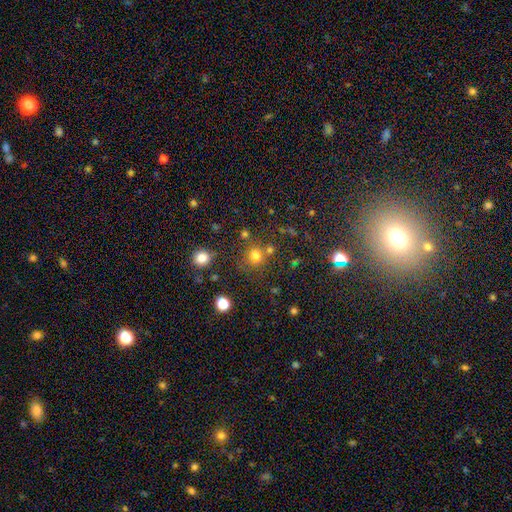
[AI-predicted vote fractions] smooth_or_featured: smooth (p=0.73) [alt: star or artifact p=0.20]
how_rounded: round (p=0.88) [alt: in between p=0.11]
merging: none (p=0.69) [alt: merger p=0.15]